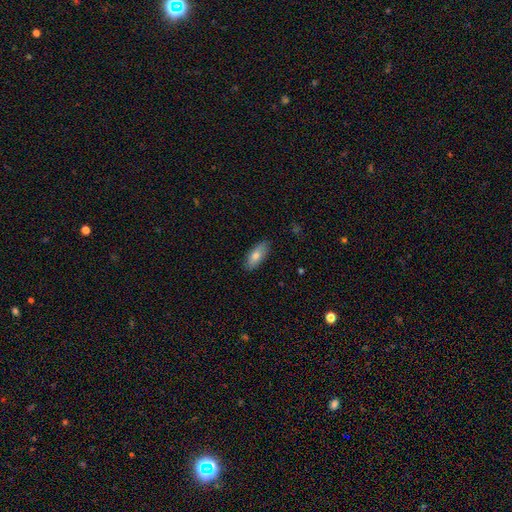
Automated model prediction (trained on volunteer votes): smooth 76%, featured or disk 17%, star or artifact 7%. Down the decision tree: how rounded — in between (80%); merging — none (87%).